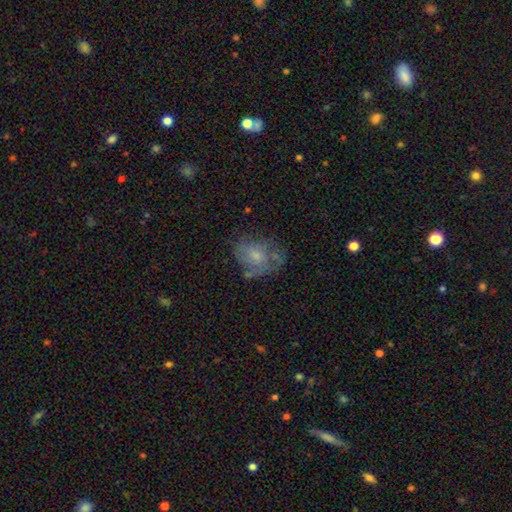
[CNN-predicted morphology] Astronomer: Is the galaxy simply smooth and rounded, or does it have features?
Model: featured or disk — 46% (runner-up: smooth, 45%).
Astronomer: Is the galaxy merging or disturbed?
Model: none — 48% (runner-up: minor disturbance, 28%).